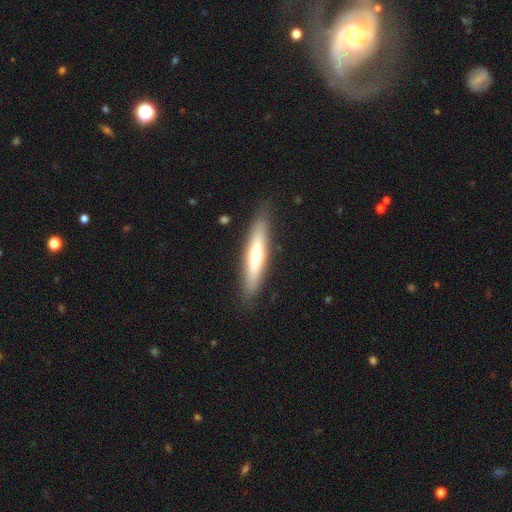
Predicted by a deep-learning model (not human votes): Smooth or featured? smooth (51%)
How rounded? cigar-shaped (85%)
Merging? none (87%)